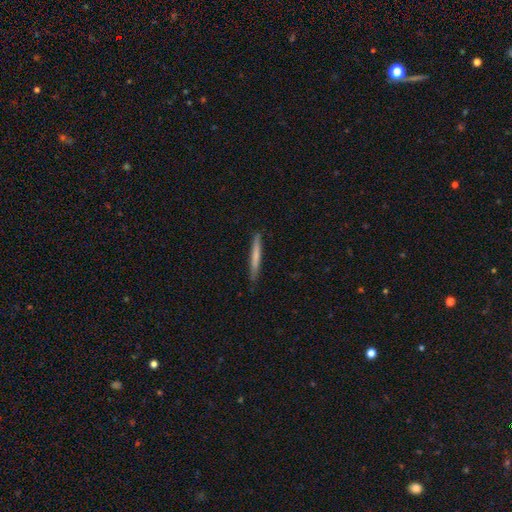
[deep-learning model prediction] Overall: smooth (65%; featured or disk 29%). How rounded: cigar-shaped (96%). Merging: none (89%).